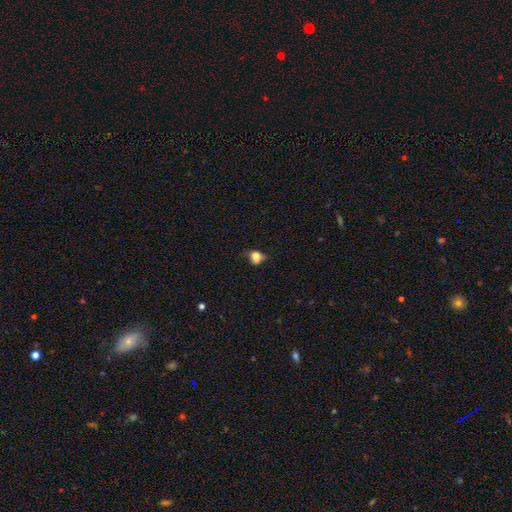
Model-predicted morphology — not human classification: The model was most divided on "how rounded": round: 50%, in between: 48%, cigar-shaped: 2%. Remaining: smooth or featured — smooth (76%); merging — none (46%).